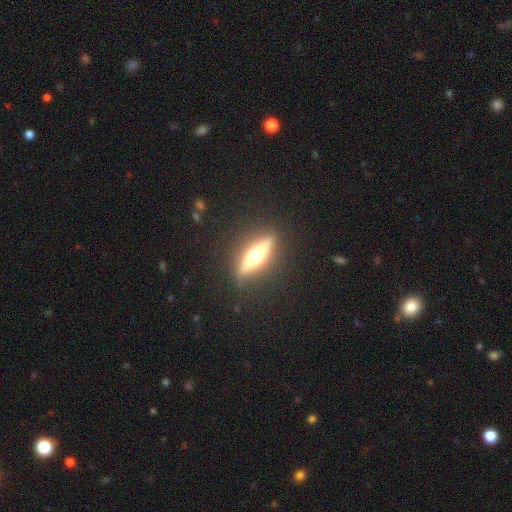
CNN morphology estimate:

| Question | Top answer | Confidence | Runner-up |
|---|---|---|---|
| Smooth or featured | featured or disk | 57% | smooth (36%) |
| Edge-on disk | yes | 90% | no (10%) |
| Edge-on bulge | rounded | 91% | boxy (5%) |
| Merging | none | 87% | minor disturbance (9%) |